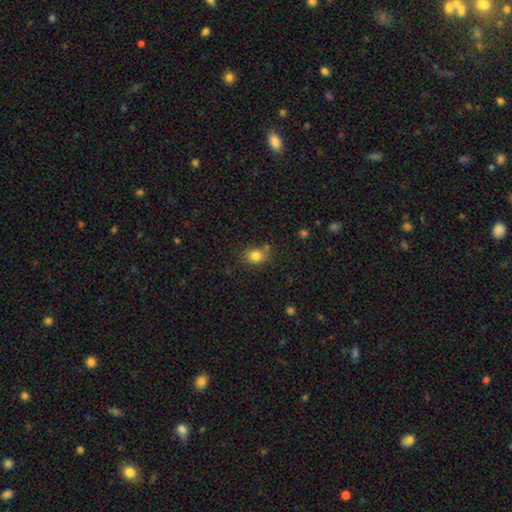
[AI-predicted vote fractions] Smooth or featured?
  - smooth: 82% *
  - star or artifact: 11%
  - featured or disk: 7%
How rounded?
  - round: 57% *
  - in between: 42%
  - cigar-shaped: 1%
Merging?
  - none: 69% *
  - minor disturbance: 19%
  - merger: 8%
  - major disturbance: 5%